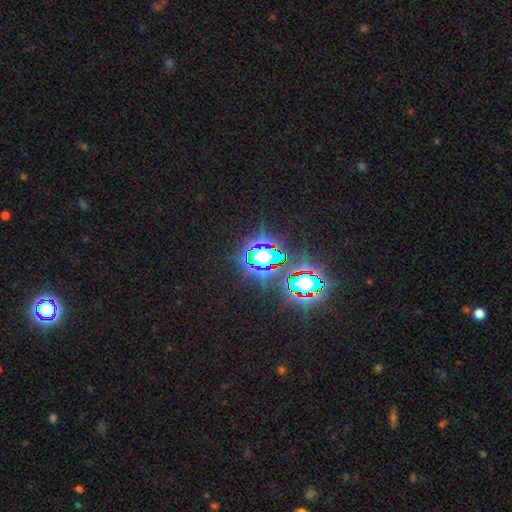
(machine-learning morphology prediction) Smooth or featured?
  - star or artifact: 71% *
  - smooth: 18%
  - featured or disk: 12%